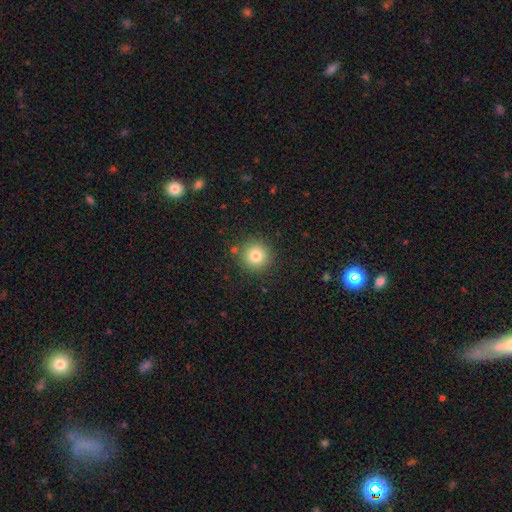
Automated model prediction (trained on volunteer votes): smooth_or_featured: smooth (p=0.80) [alt: star or artifact p=0.12]
how_rounded: round (p=0.95) [alt: in between p=0.04]
merging: none (p=0.88) [alt: minor disturbance p=0.07]